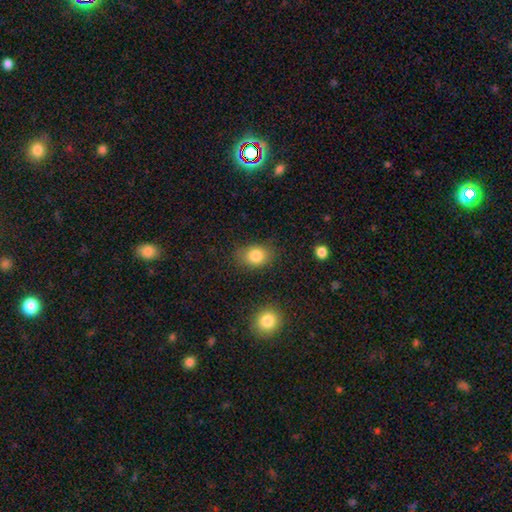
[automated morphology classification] This is clearly a smooth galaxy (84%). How rounded: likely in between (68%). Merging: likely none (78%).